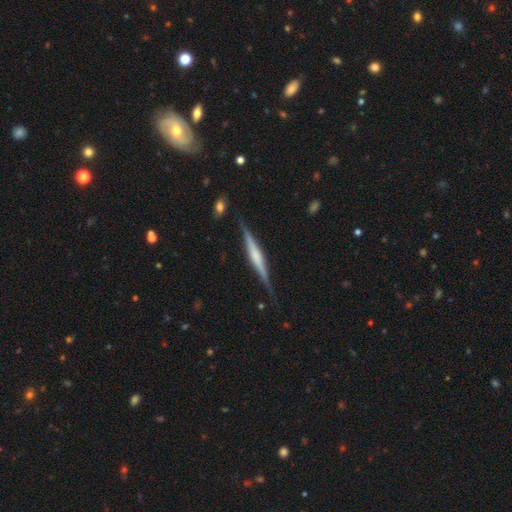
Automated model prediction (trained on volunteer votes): Morphology: type=featured or disk (71%); edge-on=yes (98%); edge-on bulge=rounded (48%); merging=none (85%).